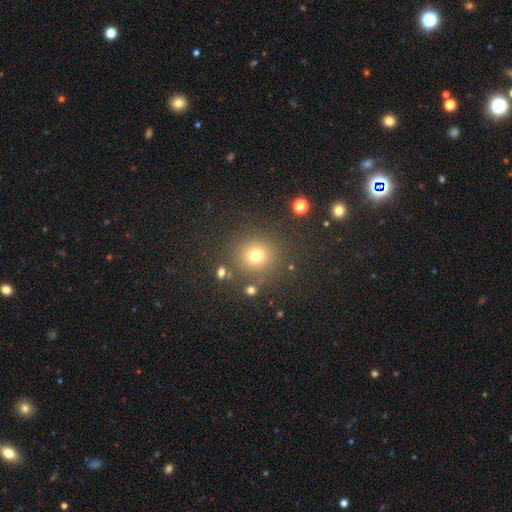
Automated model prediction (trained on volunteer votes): Smooth or featured?
  - smooth: 73% *
  - star or artifact: 19%
  - featured or disk: 8%
How rounded?
  - round: 91% *
  - in between: 8%
  - cigar-shaped: 1%
Merging?
  - none: 84% *
  - minor disturbance: 8%
  - major disturbance: 4%
  - merger: 4%